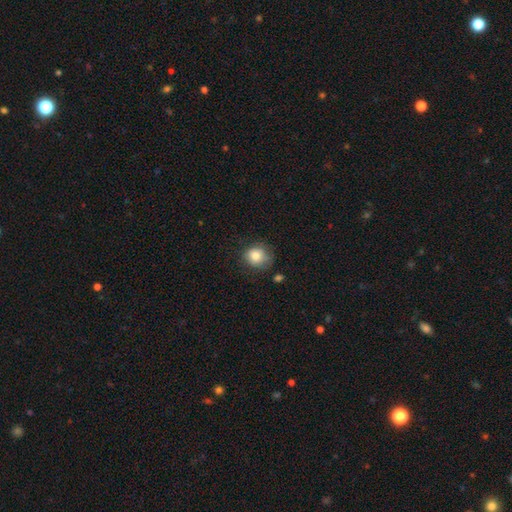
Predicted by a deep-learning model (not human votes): This is clearly a smooth galaxy (82%). How rounded: likely round (79%). Merging: likely none (66%).